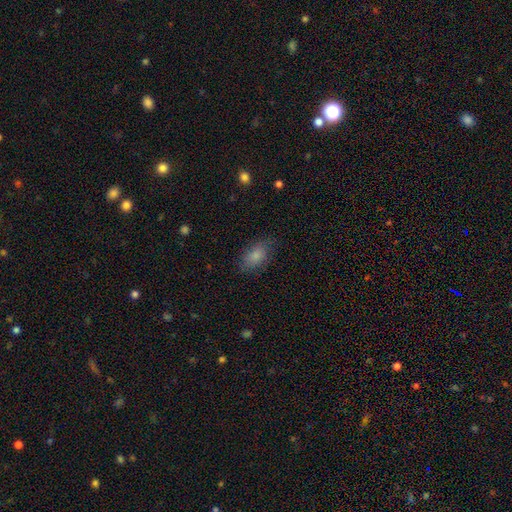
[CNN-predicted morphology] smooth-or-featured: smooth: 82% | featured or disk: 10% | star or artifact: 8%
  how-rounded: in between: 89% | round: 7% | cigar-shaped: 4%
  merging: none: 75% | minor disturbance: 18% | major disturbance: 6% | merger: 1%